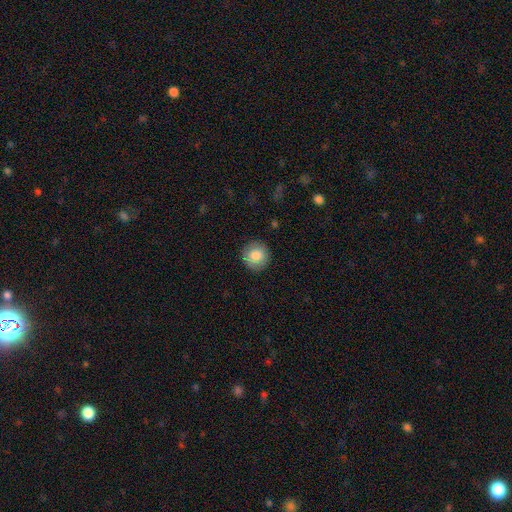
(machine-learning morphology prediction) A smooth galaxy with no disk features (83%) that is round (94%). Merging: none (89%).